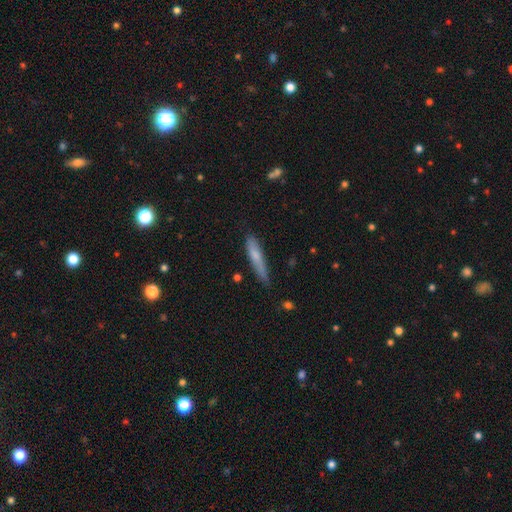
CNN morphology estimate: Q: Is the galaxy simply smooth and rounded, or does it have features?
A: smooth — 67%.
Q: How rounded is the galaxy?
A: cigar-shaped — 88%.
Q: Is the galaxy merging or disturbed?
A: none — 73%.